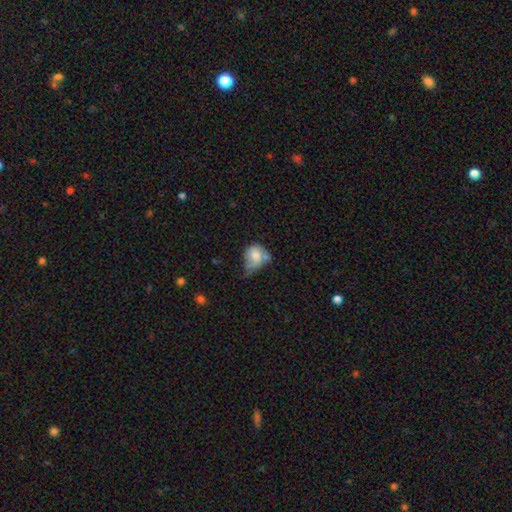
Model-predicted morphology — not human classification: This is likely a smooth galaxy (69%). How rounded: possibly round (59%). Merging: marginally minor disturbance (35%).